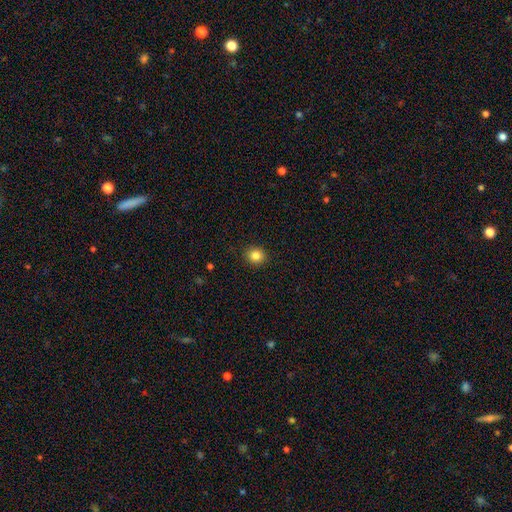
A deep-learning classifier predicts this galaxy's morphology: A smooth galaxy with no disk features (83%) that is round (84%). Merging: none (91%).